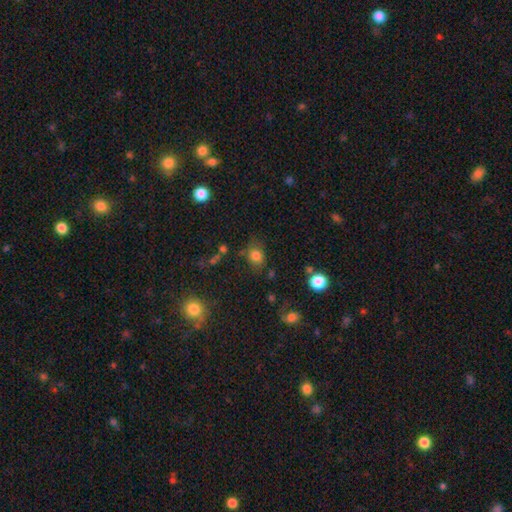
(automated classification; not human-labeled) Smooth or featured?
  - smooth: 79% *
  - star or artifact: 14%
  - featured or disk: 7%
How rounded?
  - round: 61% *
  - in between: 38%
  - cigar-shaped: 1%
Merging?
  - none: 70% *
  - minor disturbance: 19%
  - major disturbance: 7%
  - merger: 5%